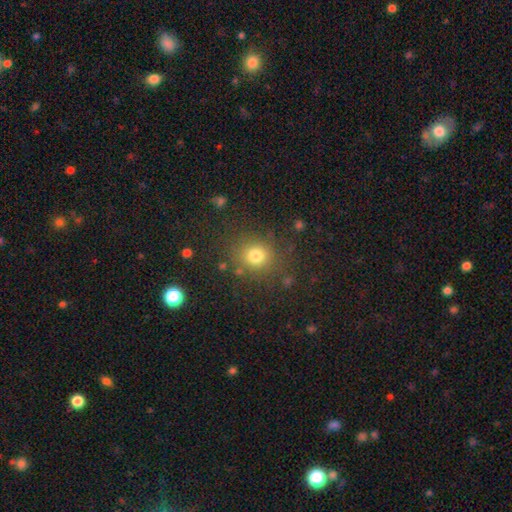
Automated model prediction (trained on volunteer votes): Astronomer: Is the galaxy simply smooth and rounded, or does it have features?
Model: smooth — 76%.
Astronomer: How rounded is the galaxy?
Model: round — 83%.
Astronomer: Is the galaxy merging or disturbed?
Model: none — 82%.